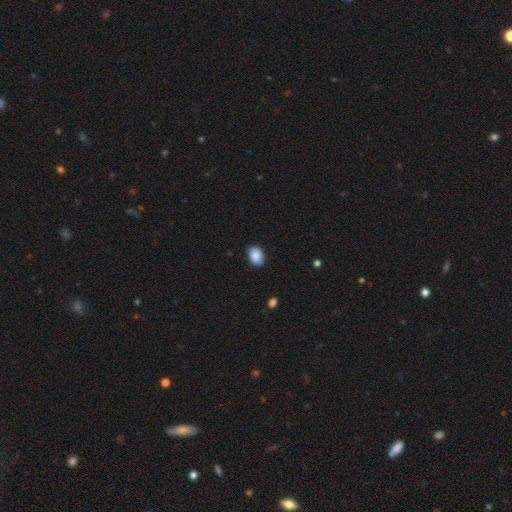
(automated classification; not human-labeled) This appears to be a smooth galaxy with no disk features (89%) that is in between round and cigar-shaped (75%). Merging: none (85%).